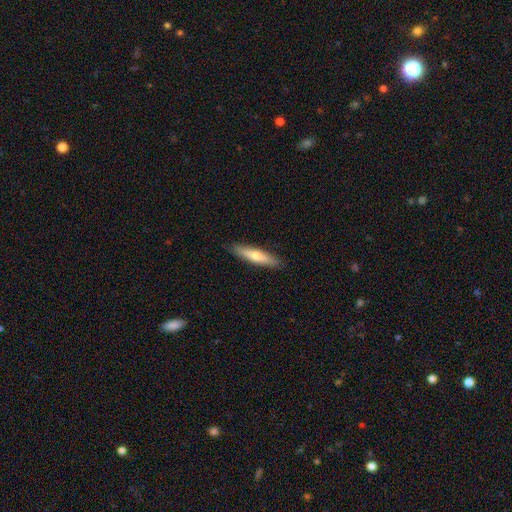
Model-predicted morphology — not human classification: A smooth galaxy with no disk features (58%) that is cigar-shaped (84%). Merging: none (89%).